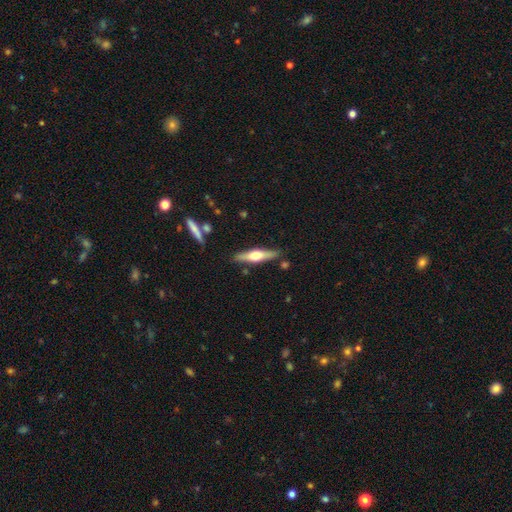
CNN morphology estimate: type=featured or disk (58%); edge-on=yes (95%); edge-on bulge=rounded (92%); merging=none (85%).